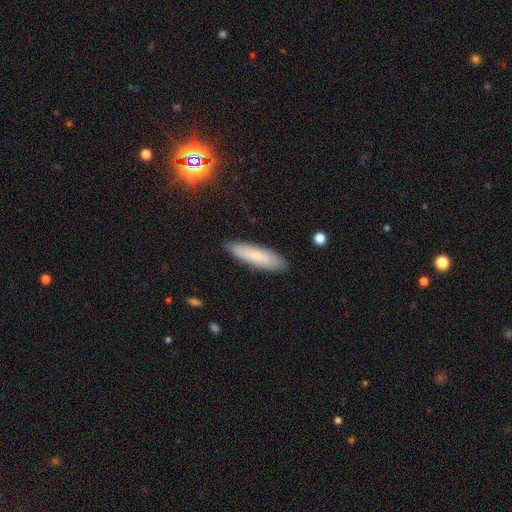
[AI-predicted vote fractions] smooth 68%, featured or disk 24%, star or artifact 8%. Down the decision tree: how rounded — cigar-shaped (66%); merging — none (87%).